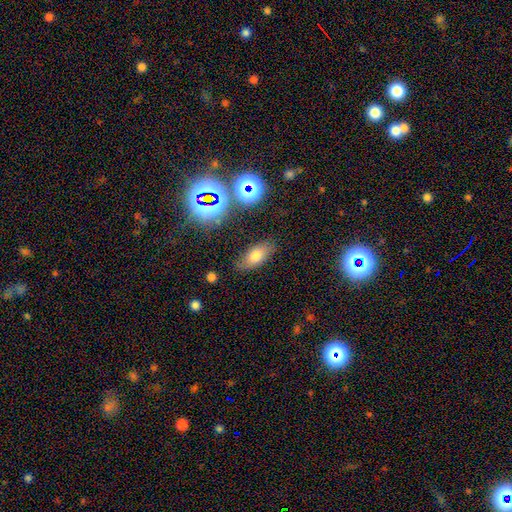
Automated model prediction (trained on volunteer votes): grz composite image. It shows a smooth galaxy with no disk features (69%) that is in between round and cigar-shaped (86%). Merging: none (79%).